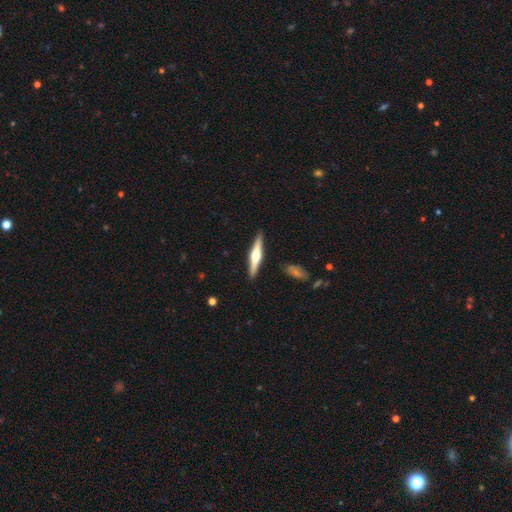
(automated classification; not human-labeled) Smooth or featured: featured or disk — 64% (smooth — 31%)
Edge-on disk: yes — 97% (no — 3%)
Edge-on bulge: rounded — 91% (boxy — 5%)
Merging: none — 90% (minor disturbance — 7%)